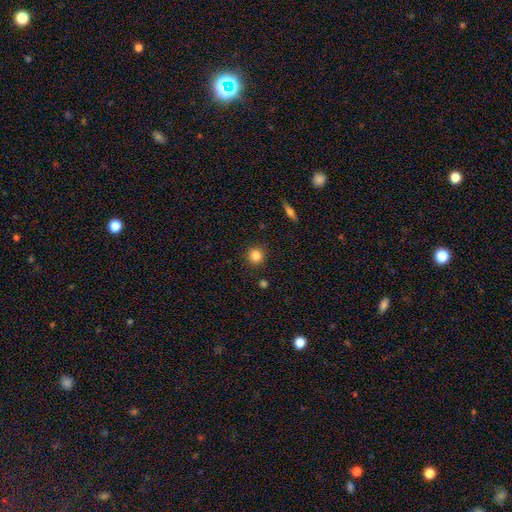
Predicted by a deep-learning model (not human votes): Q: Smooth or featured?
A: smooth (84%); runner-up: star or artifact (11%)
Q: How rounded?
A: round (93%); runner-up: in between (6%)
Q: Merging?
A: none (90%); runner-up: minor disturbance (6%)